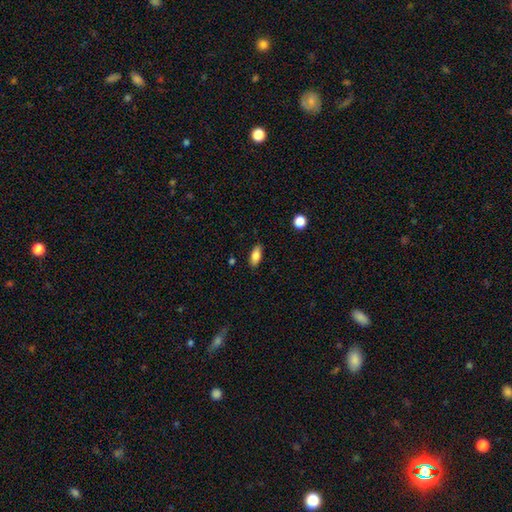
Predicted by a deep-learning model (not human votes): Overall: smooth (82%). How rounded: in between (85%). Merging: none (86%).